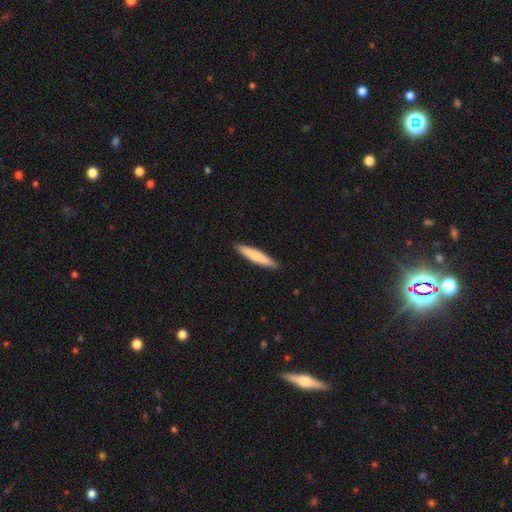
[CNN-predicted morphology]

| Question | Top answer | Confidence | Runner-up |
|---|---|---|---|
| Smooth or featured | smooth | 78% | featured or disk (17%) |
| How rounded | cigar-shaped | 90% | in between (8%) |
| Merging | none | 91% | minor disturbance (7%) |